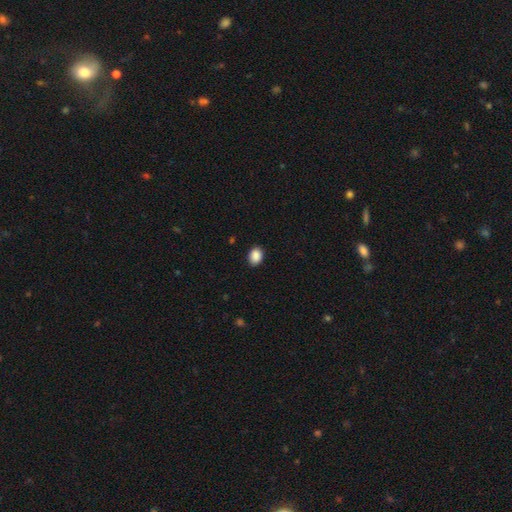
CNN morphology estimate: type=smooth (89%); roundness=in between (66%); merging=none (89%).